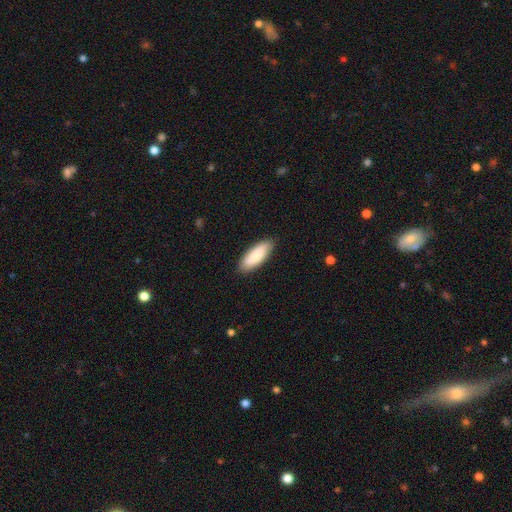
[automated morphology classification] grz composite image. It shows a smooth galaxy with no disk features (84%) that is in between round and cigar-shaped (70%). Merging: none (87%).